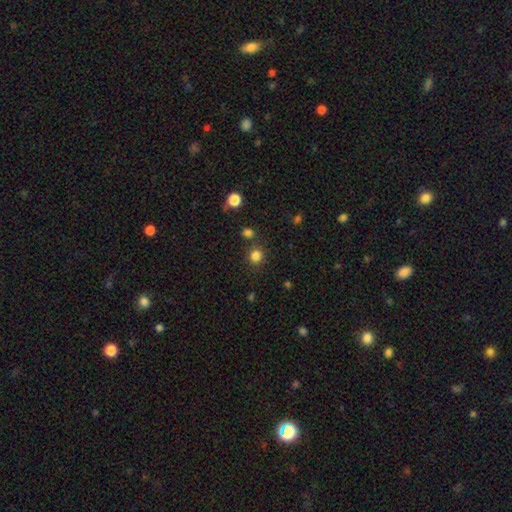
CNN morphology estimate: Smooth or featured?
  - smooth: 83% *
  - star or artifact: 13%
  - featured or disk: 4%
How rounded?
  - round: 90% *
  - in between: 9%
  - cigar-shaped: 1%
Merging?
  - none: 81% *
  - minor disturbance: 8%
  - merger: 8%
  - major disturbance: 3%